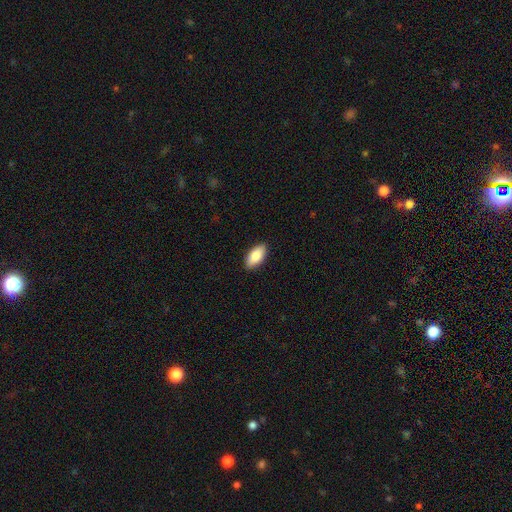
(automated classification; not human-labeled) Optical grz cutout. It shows a smooth galaxy with no disk features (87%) that is in between round and cigar-shaped (93%). Merging: none (90%).